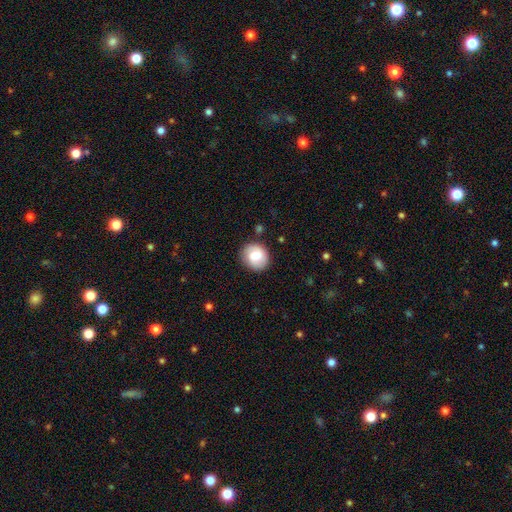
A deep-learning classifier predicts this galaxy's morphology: type=smooth (71%); roundness=round (79%); merging=none (84%).